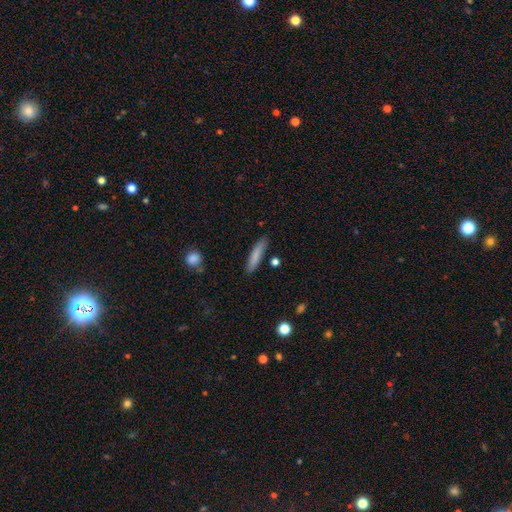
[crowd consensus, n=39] Smooth or featured? 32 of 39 (82%) said smooth. How rounded? 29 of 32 (91%) said cigar-shaped. Merging? 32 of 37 (86%) said none.